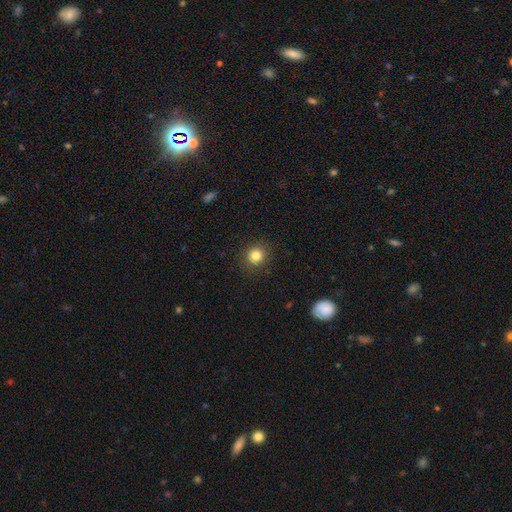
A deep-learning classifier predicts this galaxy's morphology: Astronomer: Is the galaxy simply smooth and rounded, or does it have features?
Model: smooth — 83%.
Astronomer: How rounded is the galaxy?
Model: round — 87%.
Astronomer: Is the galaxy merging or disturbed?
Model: none — 89%.